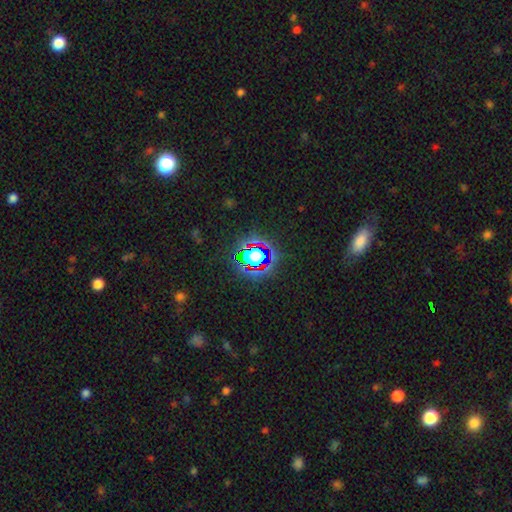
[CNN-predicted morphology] Smooth or featured? star or artifact (66%)